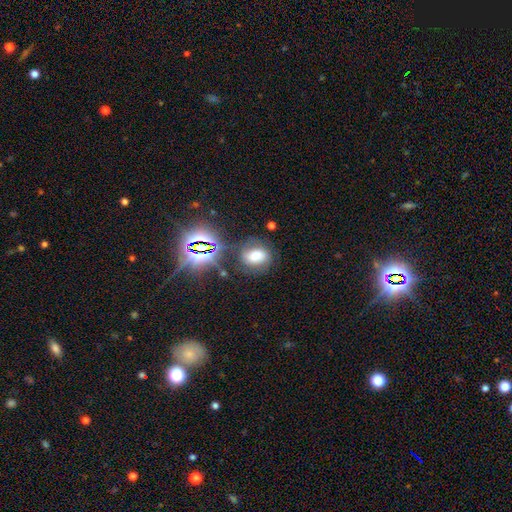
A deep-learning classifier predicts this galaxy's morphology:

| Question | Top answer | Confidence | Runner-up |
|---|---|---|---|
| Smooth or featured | smooth | 52% | featured or disk (25%) |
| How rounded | in between | 52% | round (47%) |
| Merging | none | 71% | minor disturbance (16%) |